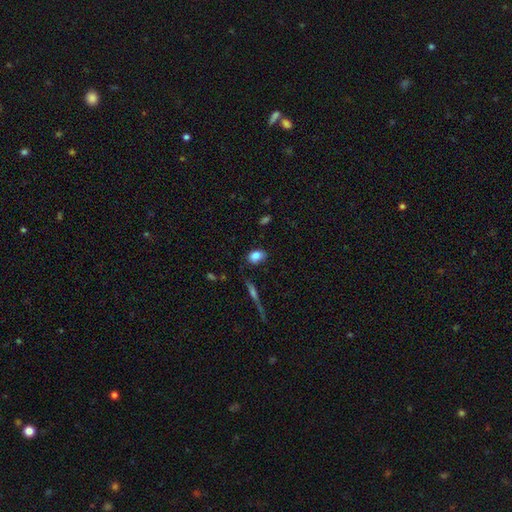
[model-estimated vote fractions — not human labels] A smooth galaxy with no disk features (84%) that is in between round and cigar-shaped (77%). Merging: none (80%).